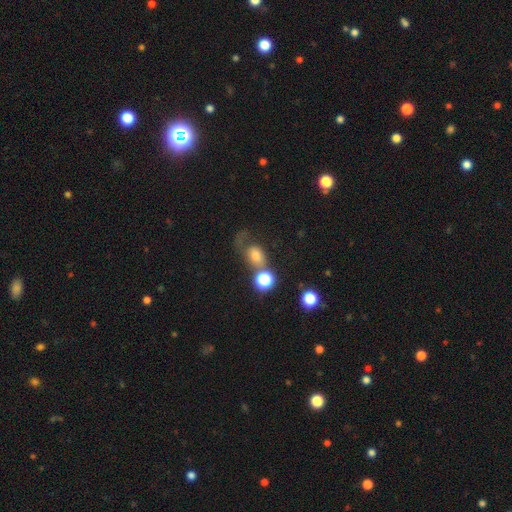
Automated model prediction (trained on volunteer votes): smooth_or_featured: smooth (p=0.63) [alt: featured or disk p=0.20]
how_rounded: round (p=0.49) [tied with: in between p=0.49]
merging: none (p=0.33) [alt: major disturbance p=0.27]